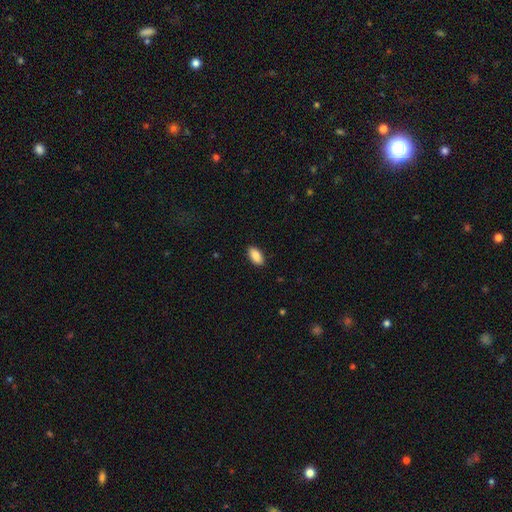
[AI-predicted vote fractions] Smooth or featured? smooth (88%)
How rounded? in between (92%)
Merging? none (89%)